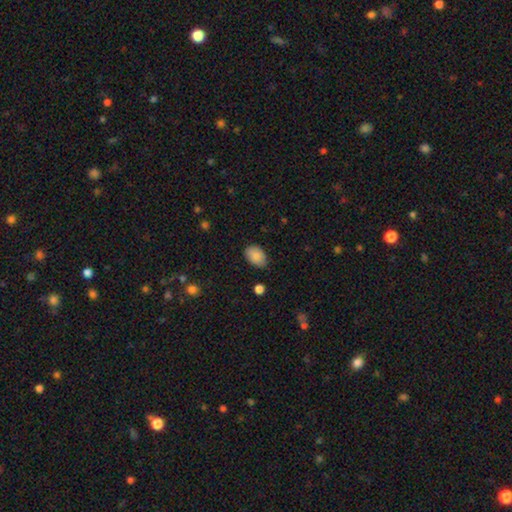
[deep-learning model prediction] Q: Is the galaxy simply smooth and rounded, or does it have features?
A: smooth — 88%.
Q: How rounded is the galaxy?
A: in between — 86%.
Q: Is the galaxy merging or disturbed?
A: none — 83%.